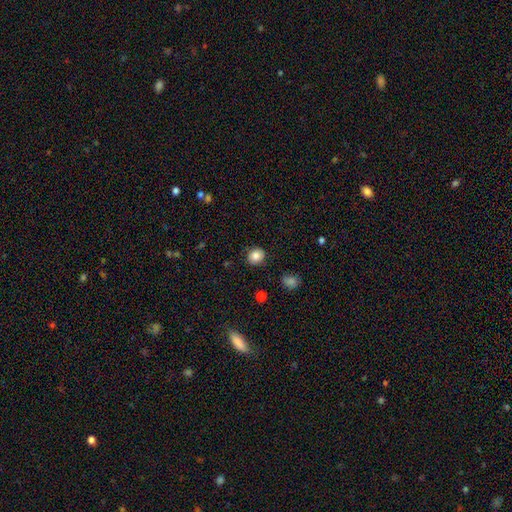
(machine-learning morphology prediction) This is clearly a smooth galaxy (83%). How rounded: likely round (79%). Merging: clearly none (85%).